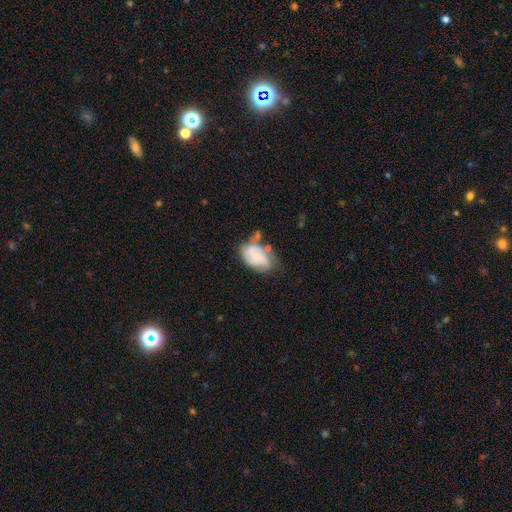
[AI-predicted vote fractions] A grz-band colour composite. It shows a featured or disk galaxy (55%) with no bar (62%), spiral arms (83%) and no central bulge (43%). Merging: none (43%).